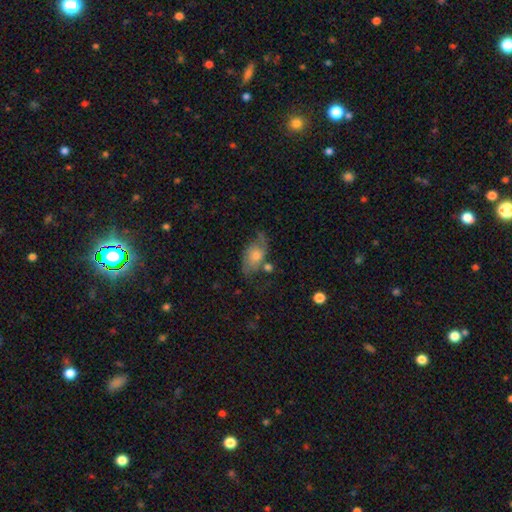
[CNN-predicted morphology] type=featured or disk (54%); edge-on=no (93%); merging=none (53%).